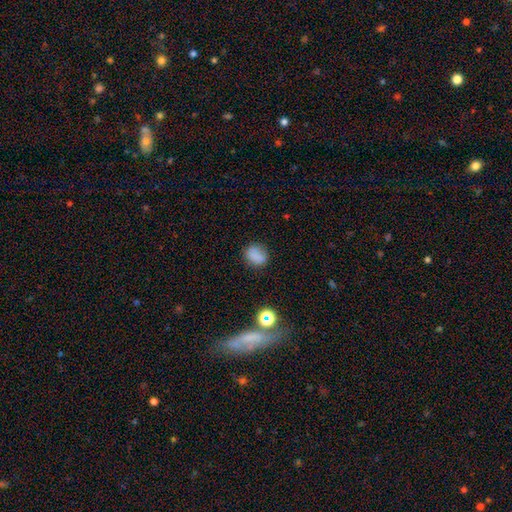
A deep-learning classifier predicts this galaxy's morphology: This is likely a smooth galaxy (79%). How rounded: possibly round (60%). Merging: likely none (75%).